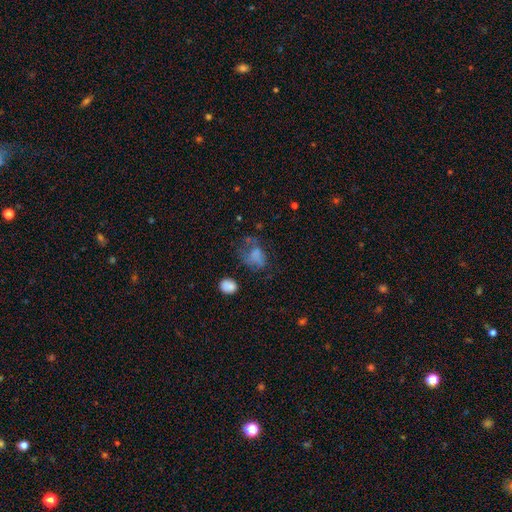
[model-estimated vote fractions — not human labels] smooth 63%, featured or disk 22%, star or artifact 15%. Down the decision tree: how rounded — in between (61%); merging — none (36%).